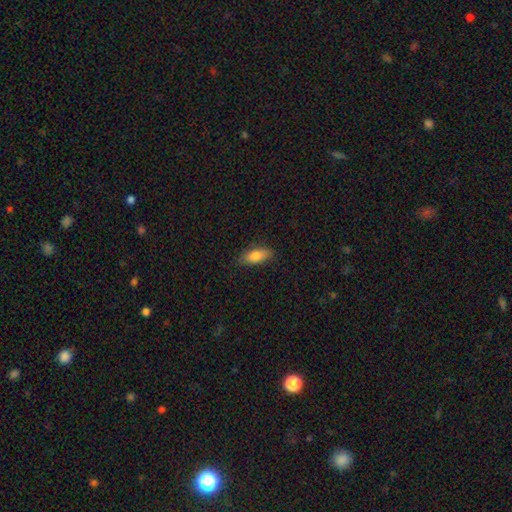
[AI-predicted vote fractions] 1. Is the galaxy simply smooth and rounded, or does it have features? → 82% smooth, 11% featured or disk, 7% star or artifact.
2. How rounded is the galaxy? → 82% in between, 16% cigar-shaped, 3% round.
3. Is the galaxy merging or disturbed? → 82% none, 14% minor disturbance, 3% major disturbance, 1% merger.